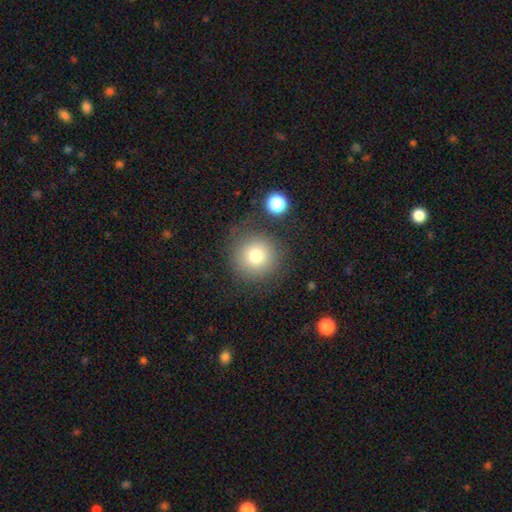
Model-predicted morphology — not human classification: Smooth or featured: smooth — 77% (star or artifact — 12%)
How rounded: round — 94% (in between — 5%)
Merging: none — 79% (minor disturbance — 11%)